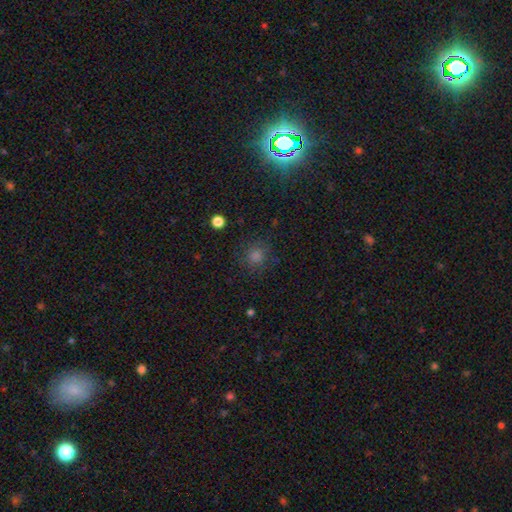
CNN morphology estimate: Smooth or featured: smooth — 58% (star or artifact — 35%)
How rounded: round — 90% (in between — 9%)
Merging: none — 85% (minor disturbance — 10%)